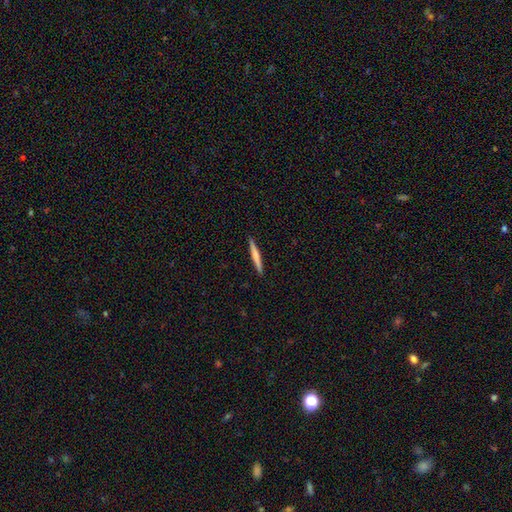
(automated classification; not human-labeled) Smooth or featured: smooth — 63% (featured or disk — 31%)
How rounded: cigar-shaped — 96% (in between — 3%)
Merging: none — 91% (minor disturbance — 6%)